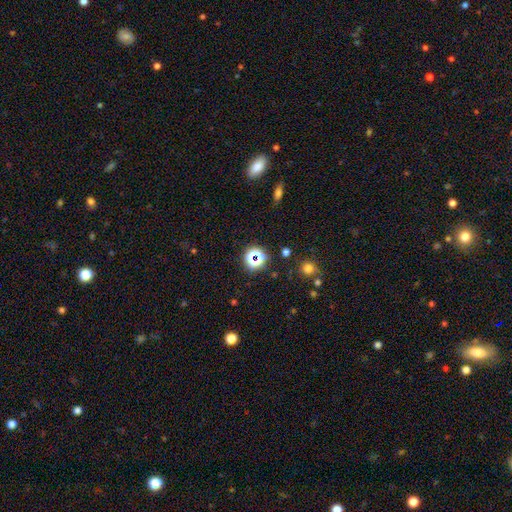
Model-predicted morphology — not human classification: A star or artifact, not a galaxy (60%).

Vote fractions:
- Smooth or featured? star or artifact: 60% / smooth: 31% / featured or disk: 9%